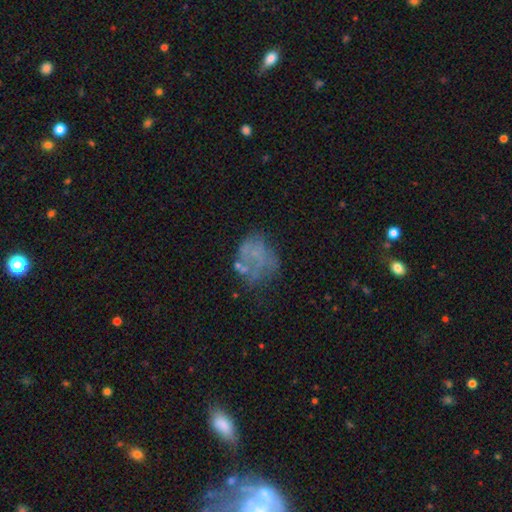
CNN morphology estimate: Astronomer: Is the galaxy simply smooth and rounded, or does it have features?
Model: featured or disk — 52% (runner-up: smooth, 32%).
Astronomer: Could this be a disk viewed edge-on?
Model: no — 98%.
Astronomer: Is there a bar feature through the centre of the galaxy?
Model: no — 93%.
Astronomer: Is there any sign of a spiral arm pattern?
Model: no — 89%.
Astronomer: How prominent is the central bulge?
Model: none — 82%.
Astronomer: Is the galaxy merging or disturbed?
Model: none — 41% (runner-up: major disturbance, 28%).